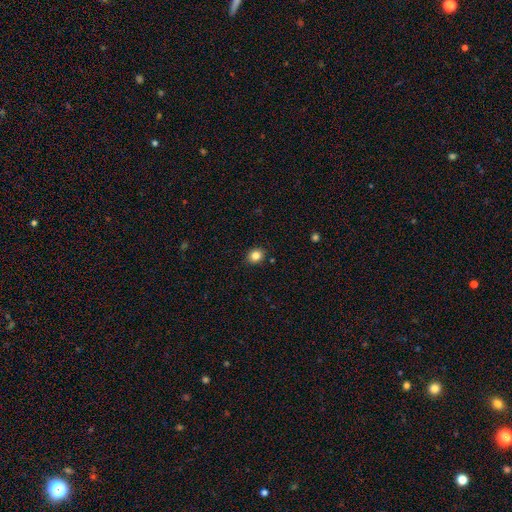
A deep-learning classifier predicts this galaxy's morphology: smooth 83%, star or artifact 11%, featured or disk 6%. Down the decision tree: how rounded — round (64%); merging — none (88%).